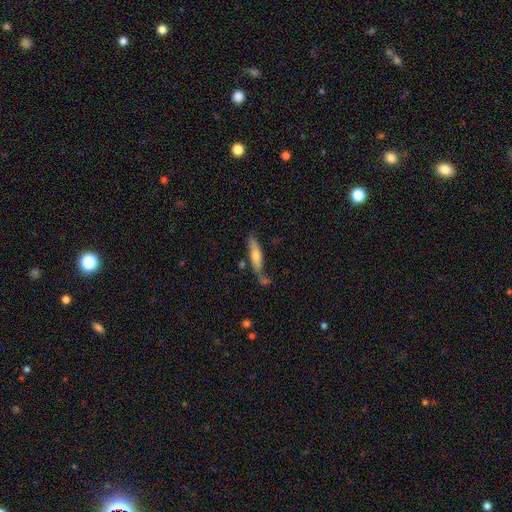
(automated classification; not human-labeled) Smooth or featured?
  - featured or disk: 47% *
  - smooth: 45%
  - star or artifact: 7%
Merging?
  - none: 63% *
  - minor disturbance: 19%
  - merger: 12%
  - major disturbance: 6%